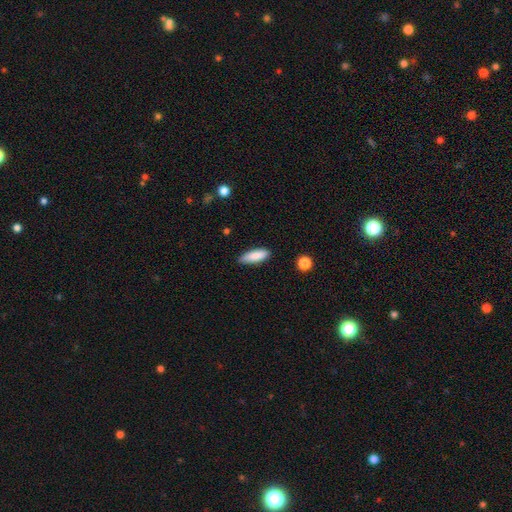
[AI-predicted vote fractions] smooth 87%, featured or disk 7%, star or artifact 6%. Down the decision tree: how rounded — in between (58%); merging — none (83%).